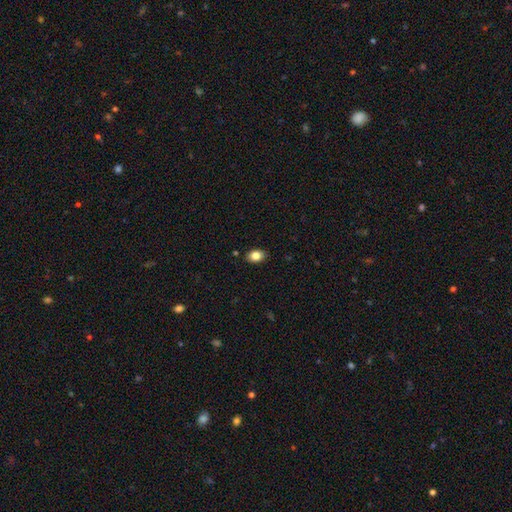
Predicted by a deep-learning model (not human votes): smooth_or_featured: smooth (p=0.83) [alt: star or artifact p=0.09]
how_rounded: in between (p=0.78) [alt: round p=0.21]
merging: none (p=0.87) [alt: minor disturbance p=0.09]